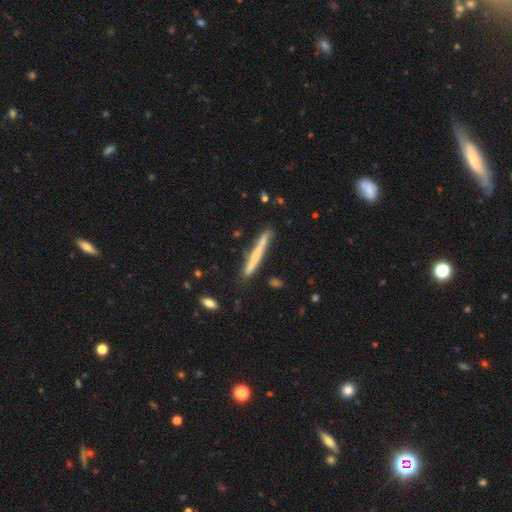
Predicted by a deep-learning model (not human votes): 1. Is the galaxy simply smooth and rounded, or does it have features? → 53% featured or disk, 41% smooth, 6% star or artifact.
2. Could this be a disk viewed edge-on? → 95% yes, 5% no.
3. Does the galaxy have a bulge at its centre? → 49% none, 46% rounded, 6% boxy.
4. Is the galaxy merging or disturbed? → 83% none, 12% minor disturbance, 3% merger, 2% major disturbance.